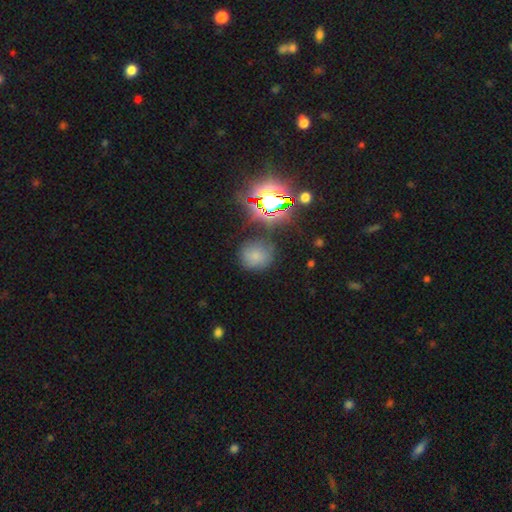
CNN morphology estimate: A smooth galaxy with no disk features (67%) that is round (82%). Merging: none (71%).